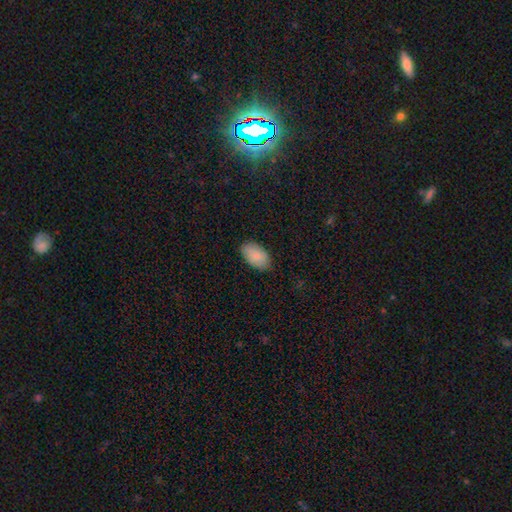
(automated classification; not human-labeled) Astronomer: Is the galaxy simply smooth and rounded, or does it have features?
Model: smooth — 86%.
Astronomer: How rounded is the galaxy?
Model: in between — 94%.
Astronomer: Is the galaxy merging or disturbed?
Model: none — 85%.